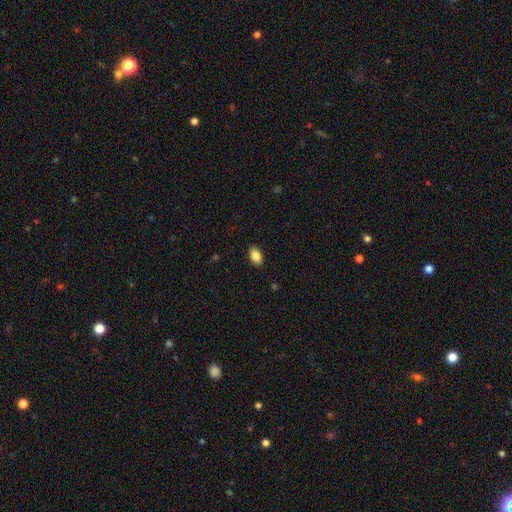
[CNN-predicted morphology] This appears to be a smooth galaxy with no disk features (86%) that is in between round and cigar-shaped (88%). Merging: none (89%).